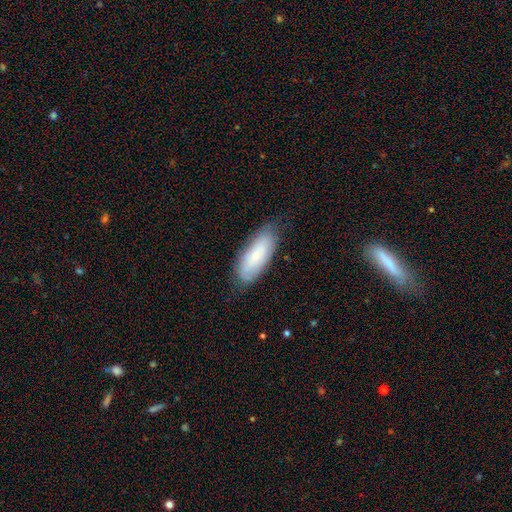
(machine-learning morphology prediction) This appears to be a smooth galaxy with no disk features (67%) that is in between round and cigar-shaped (75%). Merging: none (75%).